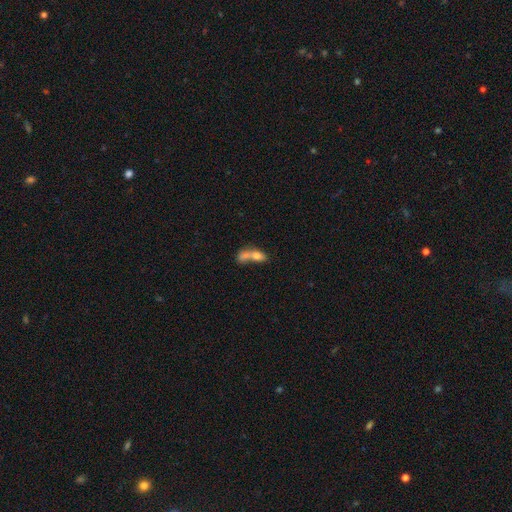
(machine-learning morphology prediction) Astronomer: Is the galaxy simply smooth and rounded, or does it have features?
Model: smooth — 63%.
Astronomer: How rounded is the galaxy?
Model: in between — 63%.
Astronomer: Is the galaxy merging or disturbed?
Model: merger — 65%.